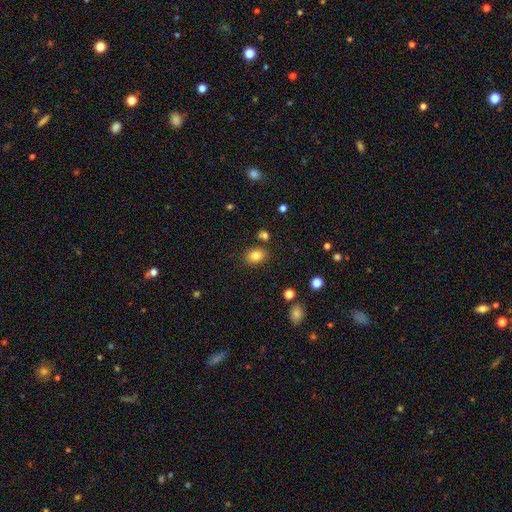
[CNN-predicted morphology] Smooth or featured?
  - smooth: 82% *
  - star or artifact: 11%
  - featured or disk: 7%
How rounded?
  - in between: 62% *
  - round: 37%
  - cigar-shaped: 1%
Merging?
  - none: 80% *
  - minor disturbance: 11%
  - merger: 5%
  - major disturbance: 3%